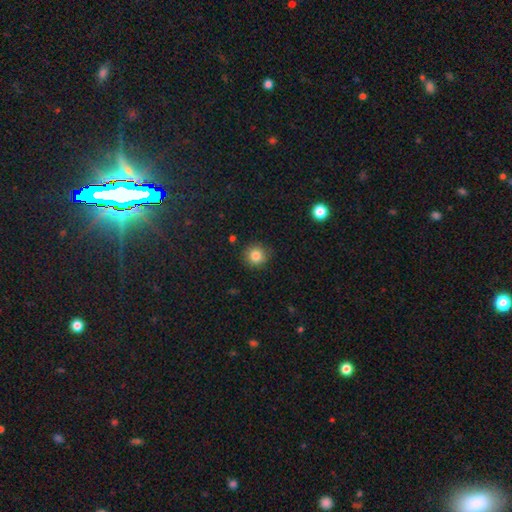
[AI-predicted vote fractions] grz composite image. It shows a smooth galaxy with no disk features (83%) that is round (92%). Merging: none (87%).